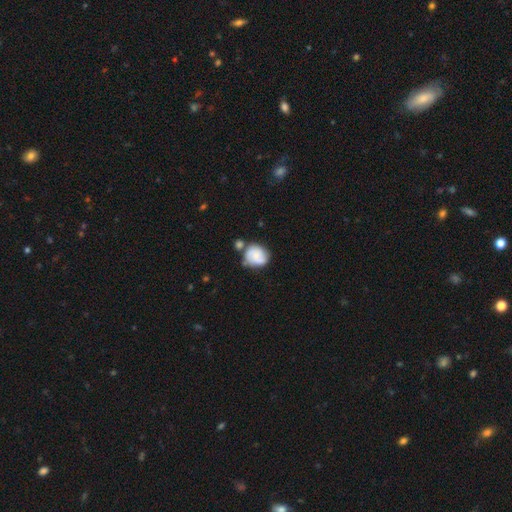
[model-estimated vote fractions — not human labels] Smooth or featured? smooth (54%)
How rounded? round (62%)
Merging? none (46%)